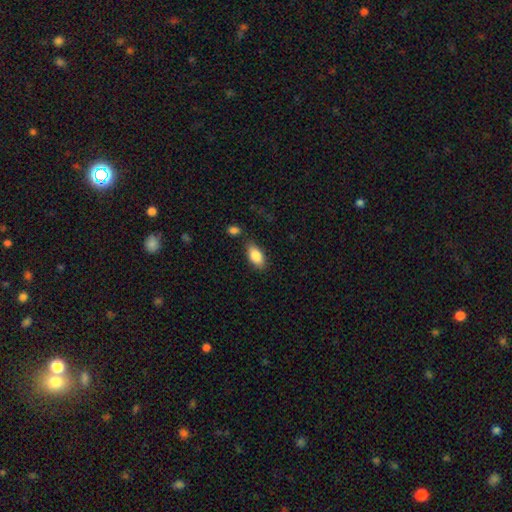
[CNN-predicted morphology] This is clearly a smooth galaxy (86%). How rounded: clearly in between (90%). Merging: likely none (77%).